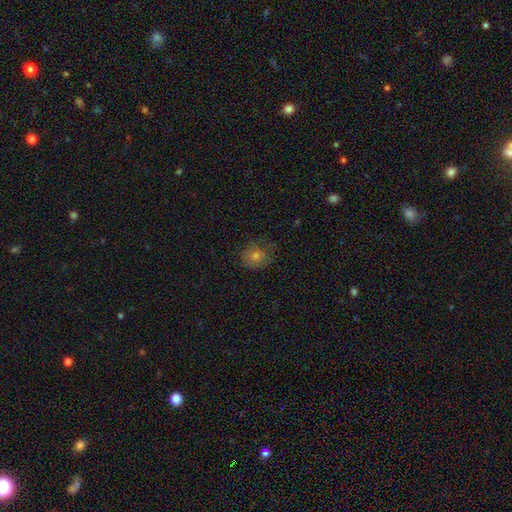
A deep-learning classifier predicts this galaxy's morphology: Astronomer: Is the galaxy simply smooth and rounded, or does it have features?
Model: smooth — 59%.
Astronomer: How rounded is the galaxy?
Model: round — 75%.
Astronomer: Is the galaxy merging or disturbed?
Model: none — 69%.